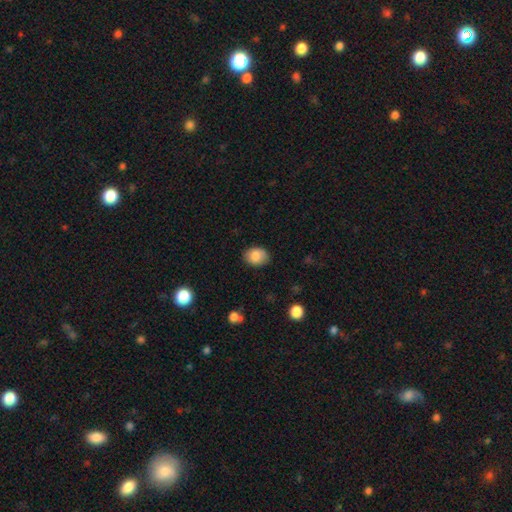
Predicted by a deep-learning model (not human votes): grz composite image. It shows a smooth galaxy with no disk features (85%) that is in between round and cigar-shaped (60%). Merging: none (84%).